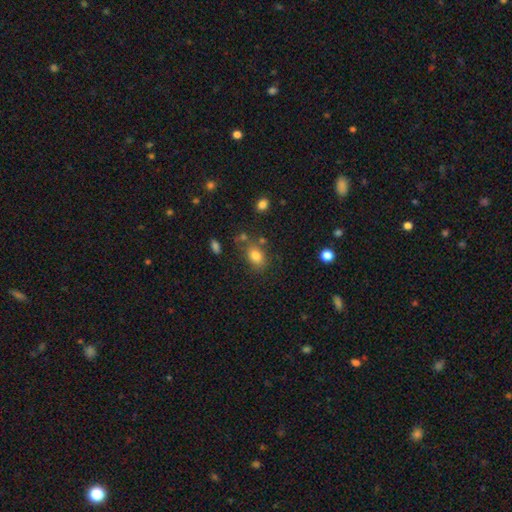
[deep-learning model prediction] Overall: smooth (80%). How rounded: in between (77%). Merging: none (67%).